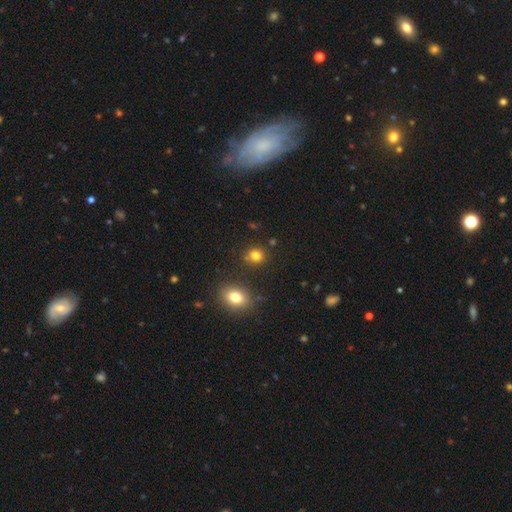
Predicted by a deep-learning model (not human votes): A smooth galaxy with no disk features (80%) that is round (79%). Merging: none (82%).